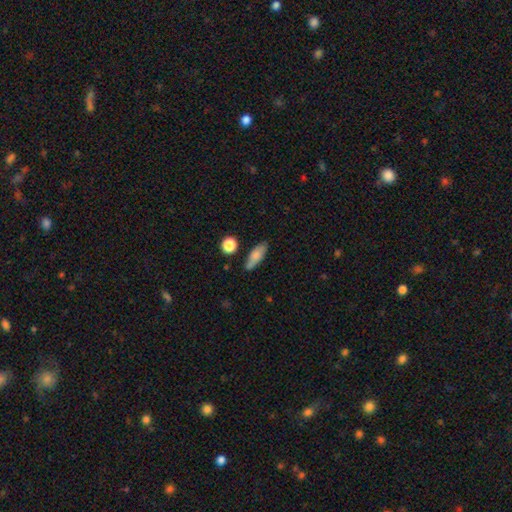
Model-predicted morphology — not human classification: type=smooth (75%); roundness=in between (60%); merging=none (76%).